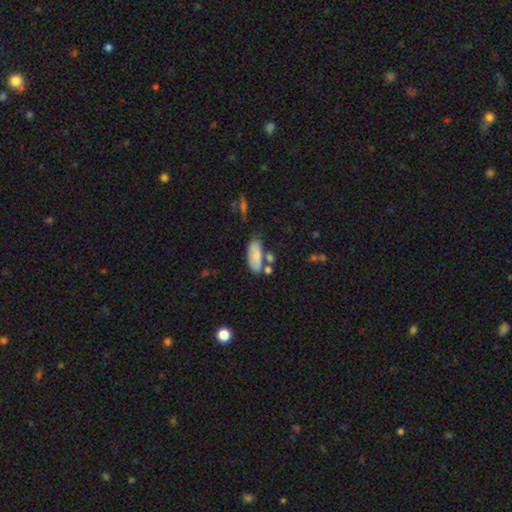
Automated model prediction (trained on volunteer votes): Overall: smooth (79%). How rounded: in between (82%). Merging: none (55%; minor disturbance 19%).